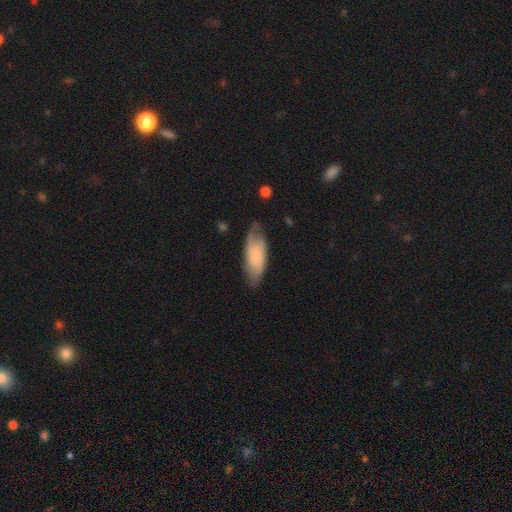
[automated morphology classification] Overall: smooth (49%; featured or disk 45%). Merging: none (66%).